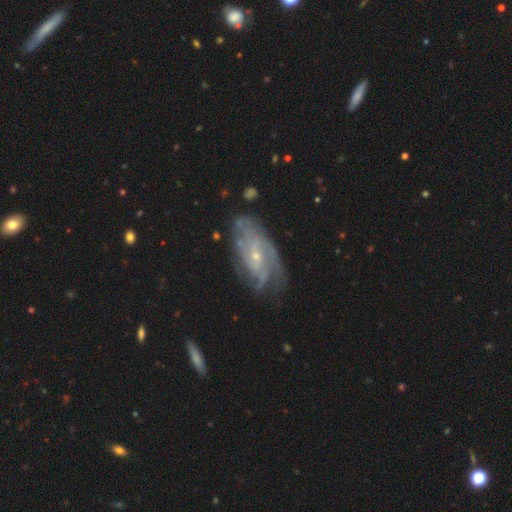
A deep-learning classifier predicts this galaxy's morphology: Smooth or featured? featured or disk (83%)
Edge-on disk? no (93%)
Bar? no (60%)
Spiral arms? yes (93%)
Spiral winding? tight (53%)
Spiral arm count? can't tell (41%)
Bulge size? small (75%)
Merging? none (67%)